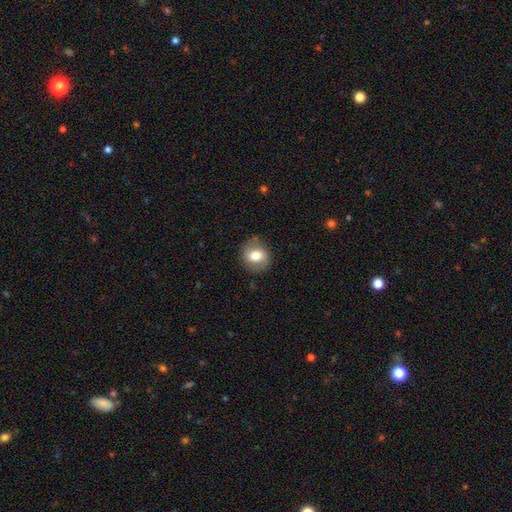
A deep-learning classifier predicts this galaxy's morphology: Overall: smooth (72%). How rounded: round (72%). Merging: none (84%).